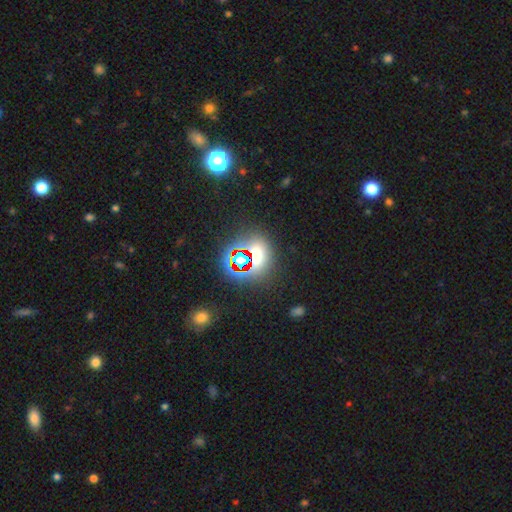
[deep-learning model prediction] star or artifact 54%, smooth 36%, featured or disk 9%.